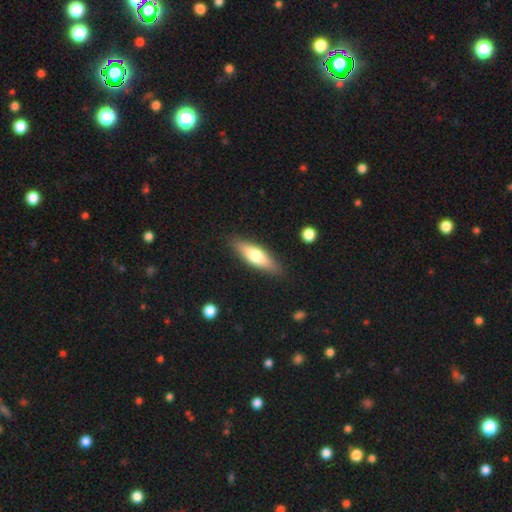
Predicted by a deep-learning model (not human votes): A smooth galaxy with no disk features (60%) that is cigar-shaped (56%). Merging: none (87%).